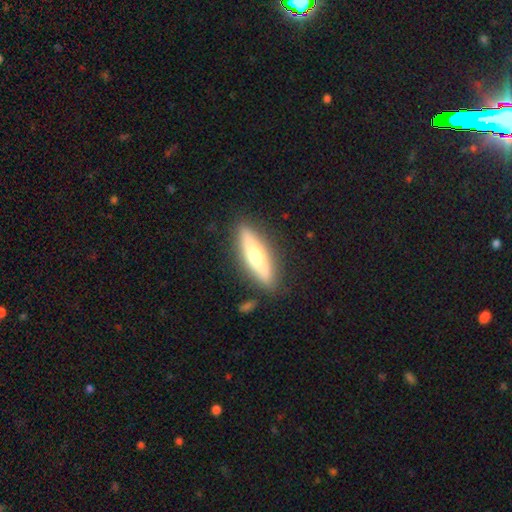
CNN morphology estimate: A smooth galaxy with no disk features (49%).

Vote fractions:
- Smooth or featured? smooth: 49% / featured or disk: 45% / star or artifact: 6%
- Merging? none: 86% / minor disturbance: 9% / merger: 2% / major disturbance: 2%